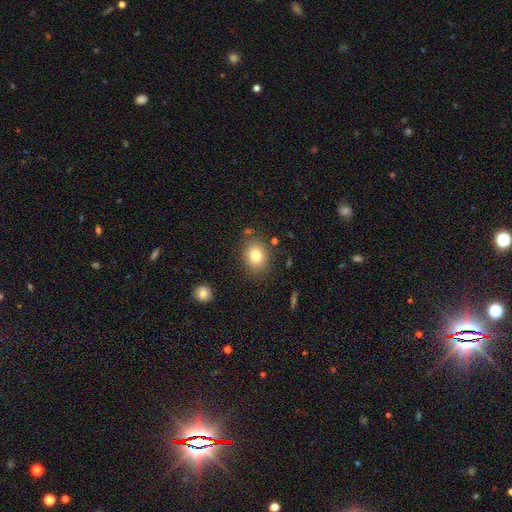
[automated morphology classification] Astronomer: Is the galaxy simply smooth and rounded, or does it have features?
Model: smooth — 79%.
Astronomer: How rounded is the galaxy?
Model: round — 54% (runner-up: in between, 45%).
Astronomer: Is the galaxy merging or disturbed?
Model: none — 82%.